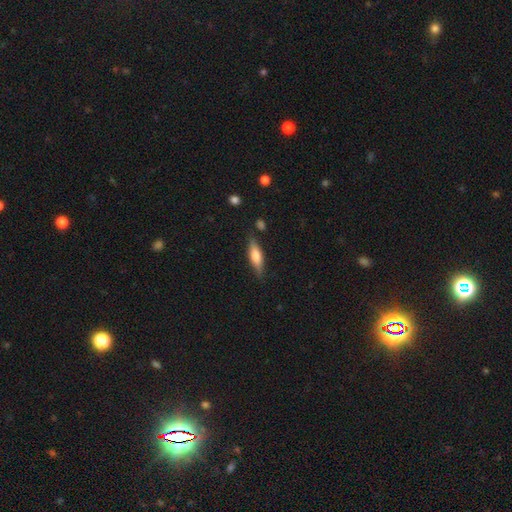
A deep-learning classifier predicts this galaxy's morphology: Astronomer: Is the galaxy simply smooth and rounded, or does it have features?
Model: smooth — 57% (runner-up: featured or disk, 37%).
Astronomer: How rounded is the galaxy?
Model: cigar-shaped — 54% (runner-up: in between, 44%).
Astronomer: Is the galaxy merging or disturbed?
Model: none — 81%.